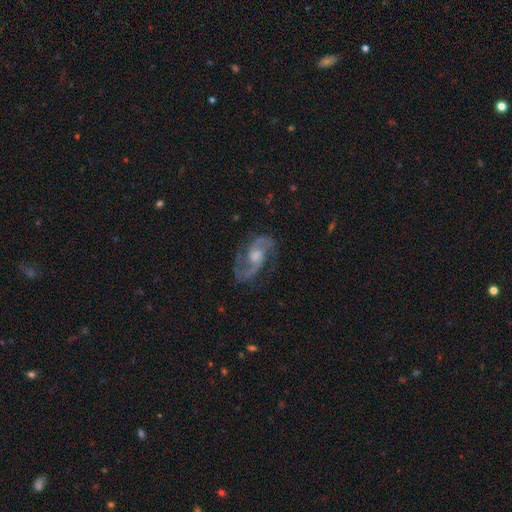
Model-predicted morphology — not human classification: Smooth or featured? featured or disk (90%)
Edge-on disk? no (97%)
Bar? no (50%)
Spiral arms? yes (98%)
Spiral winding? medium (58%)
Spiral arm count? 2 (92%)
Bulge size? moderate (53%)
Merging? none (78%)